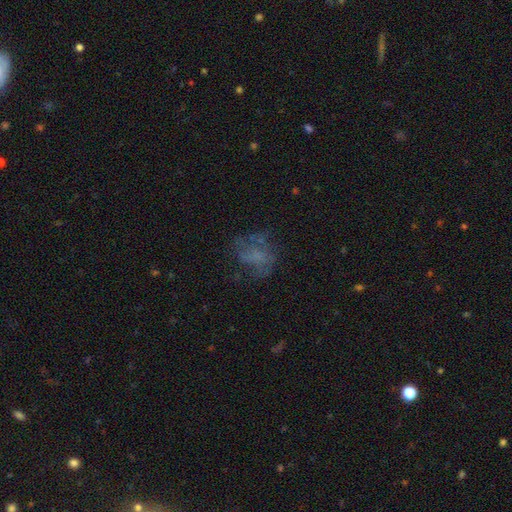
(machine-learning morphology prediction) type=featured or disk (45%); merging=none (53%).